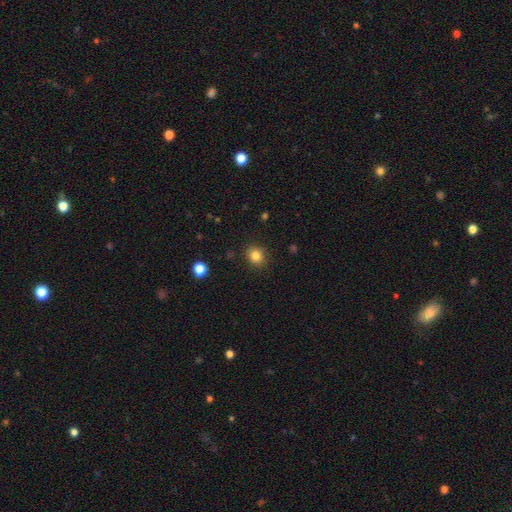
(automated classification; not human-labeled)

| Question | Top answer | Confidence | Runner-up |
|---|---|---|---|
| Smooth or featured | smooth | 83% | star or artifact (12%) |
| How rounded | round | 76% | in between (23%) |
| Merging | none | 89% | minor disturbance (8%) |